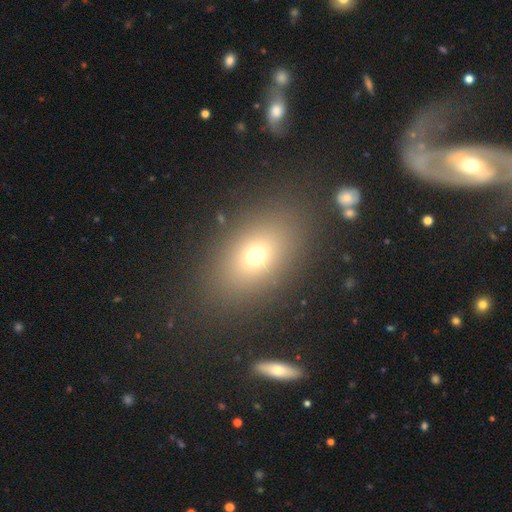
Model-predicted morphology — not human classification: Smooth or featured: smooth — 68% (star or artifact — 17%)
How rounded: in between — 75% (round — 23%)
Merging: none — 83% (minor disturbance — 9%)